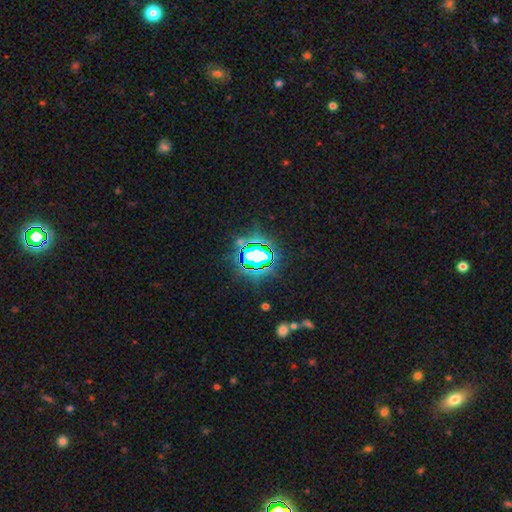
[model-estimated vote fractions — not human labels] A star or artifact, not a galaxy (73%).

Vote fractions:
- Smooth or featured? star or artifact: 73% / smooth: 15% / featured or disk: 11%